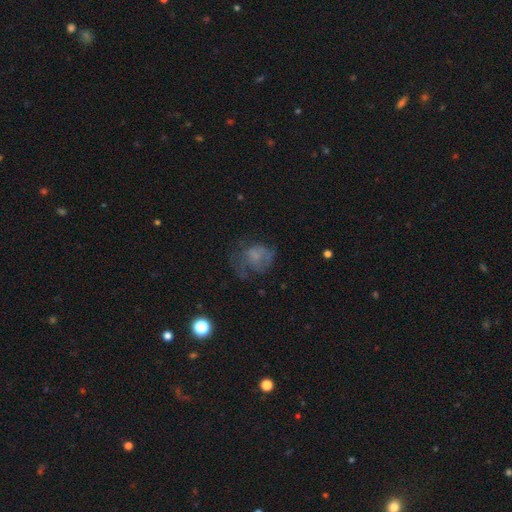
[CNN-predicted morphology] type=smooth (45%); merging=none (42%).